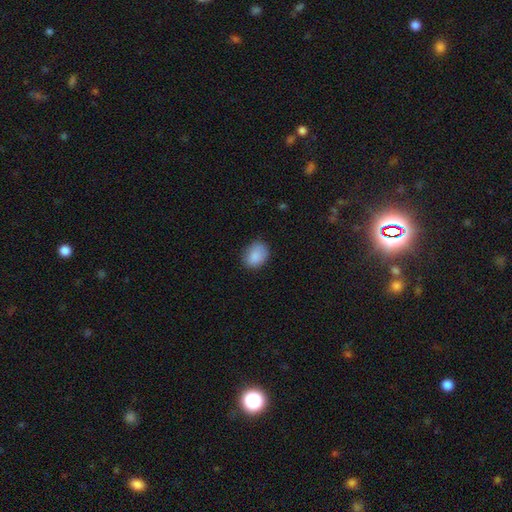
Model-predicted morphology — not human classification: type=smooth (87%); roundness=in between (52%); merging=none (78%).